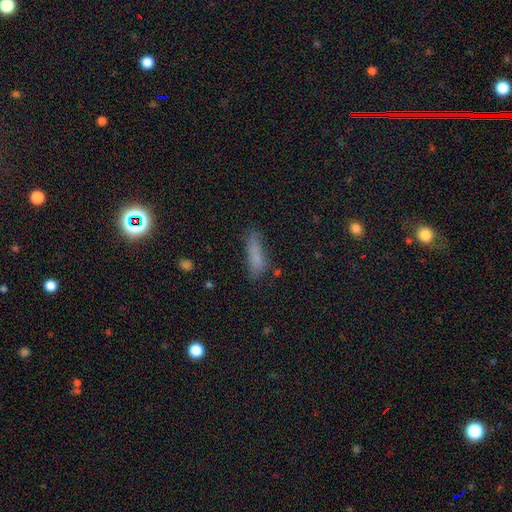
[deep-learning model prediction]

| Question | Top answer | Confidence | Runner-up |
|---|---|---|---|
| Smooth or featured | smooth | 78% | star or artifact (11%) |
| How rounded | cigar-shaped | 60% | in between (37%) |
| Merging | none | 67% | minor disturbance (22%) |